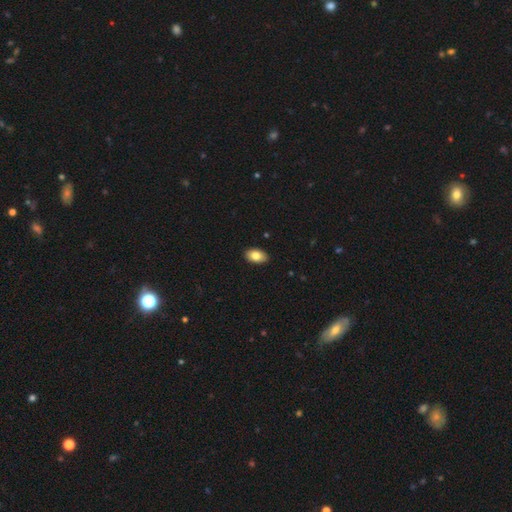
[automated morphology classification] The model was most divided on "smooth or featured": smooth: 82%, featured or disk: 11%, star or artifact: 7%. More confident: how rounded — in between (92%); merging — none (90%).